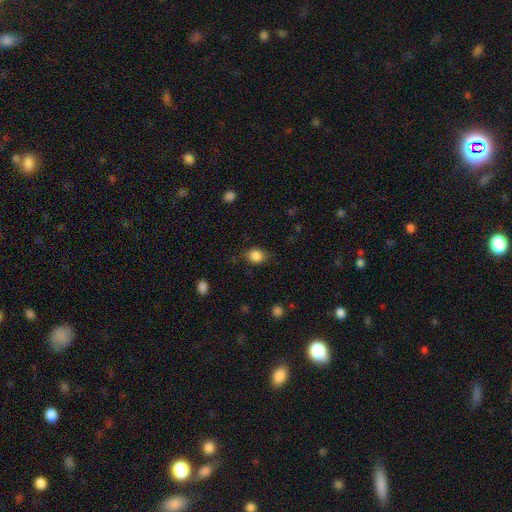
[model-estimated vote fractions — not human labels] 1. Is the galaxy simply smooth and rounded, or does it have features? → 85% smooth, 9% star or artifact, 5% featured or disk.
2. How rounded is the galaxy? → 61% round, 38% in between, 1% cigar-shaped.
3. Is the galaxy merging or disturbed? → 78% none, 17% minor disturbance, 4% major disturbance, 1% merger.